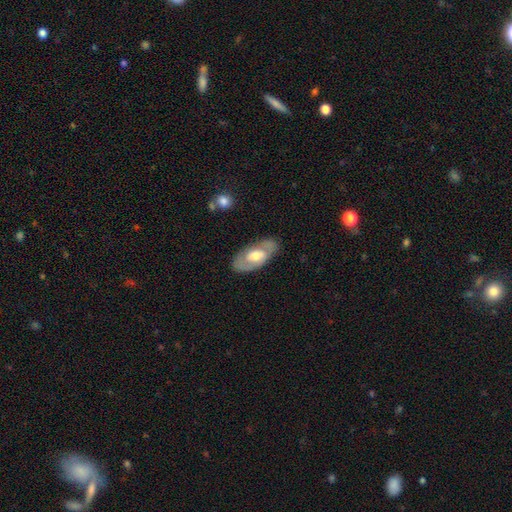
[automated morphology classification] A featured or disk galaxy (56%). Merging: none (80%).